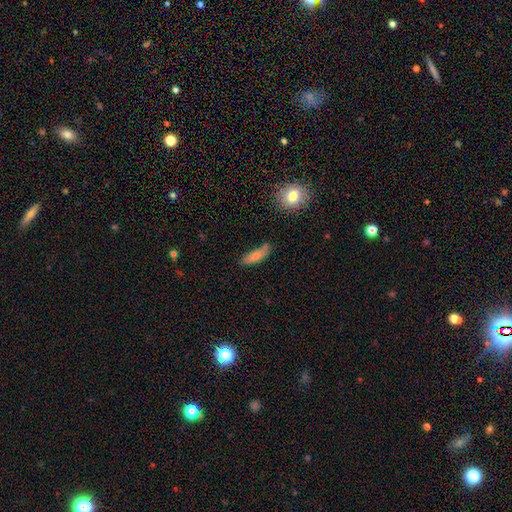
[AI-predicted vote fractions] smooth_or_featured: smooth (p=0.77) [alt: featured or disk p=0.15]
how_rounded: cigar-shaped (p=0.57) [alt: in between p=0.40]
merging: none (p=0.64) [alt: minor disturbance p=0.22]